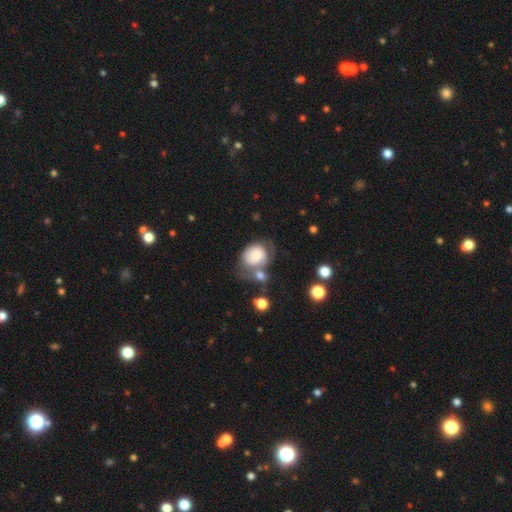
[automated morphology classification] Smooth or featured?
  - smooth: 68% *
  - featured or disk: 24%
  - star or artifact: 8%
How rounded?
  - in between: 51% *
  - round: 48%
  - cigar-shaped: 1%
Merging?
  - none: 33% *
  - merger: 26%
  - minor disturbance: 24%
  - major disturbance: 17%